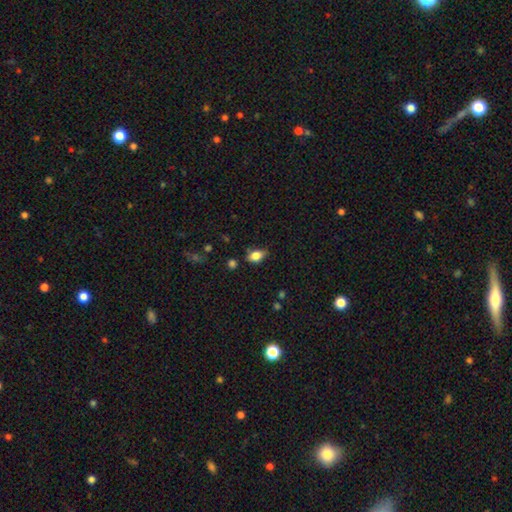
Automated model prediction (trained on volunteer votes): Overall: smooth (81%). How rounded: in between (85%). Merging: none (70%).